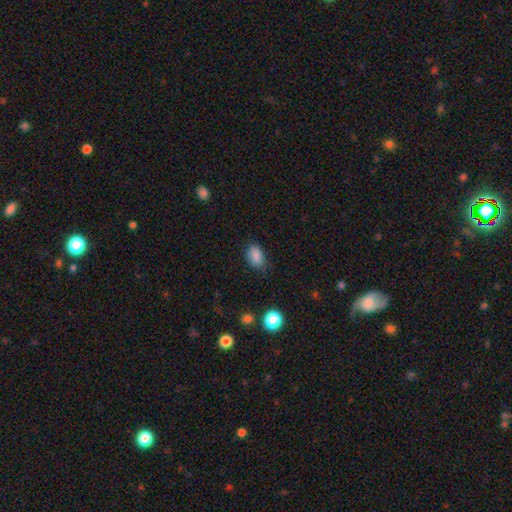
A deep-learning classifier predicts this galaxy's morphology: This appears to be a smooth galaxy with no disk features (86%) that is in between round and cigar-shaped (85%). Merging: none (78%).